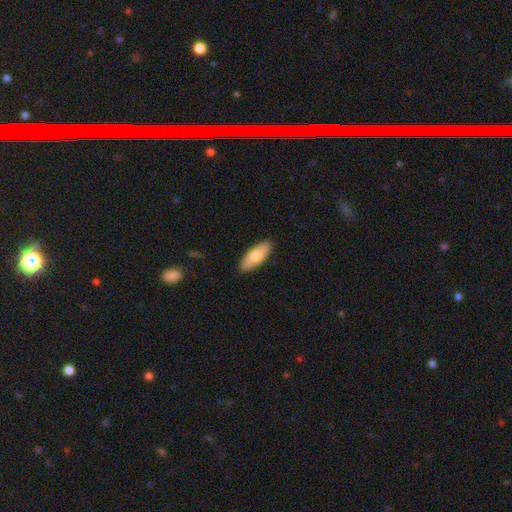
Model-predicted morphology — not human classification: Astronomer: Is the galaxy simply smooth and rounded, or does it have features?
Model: smooth — 75%.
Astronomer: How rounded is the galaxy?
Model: in between — 73%.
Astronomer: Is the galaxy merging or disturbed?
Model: none — 89%.